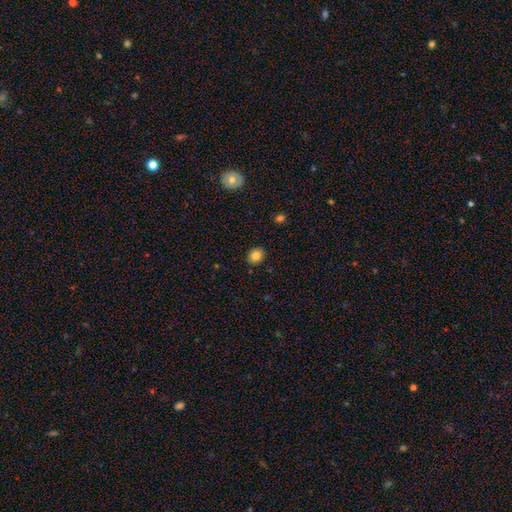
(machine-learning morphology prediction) smooth 83%, star or artifact 10%, featured or disk 8%. Down the decision tree: how rounded — round (61%); merging — none (89%).